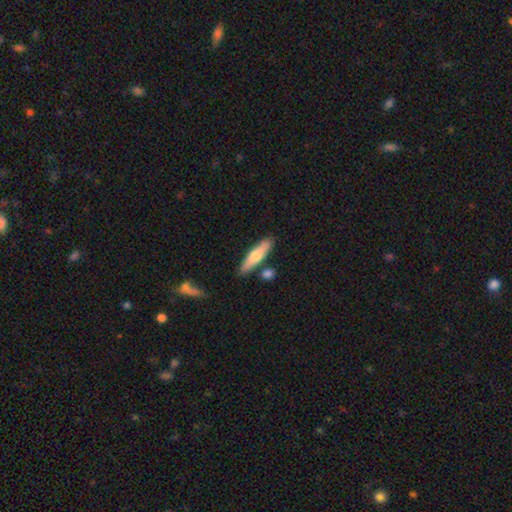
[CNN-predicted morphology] smooth-or-featured: smooth: 63% | featured or disk: 32% | star or artifact: 5%
  how-rounded: cigar-shaped: 74% | in between: 24% | round: 2%
  merging: none: 79% | minor disturbance: 11% | merger: 8% | major disturbance: 2%